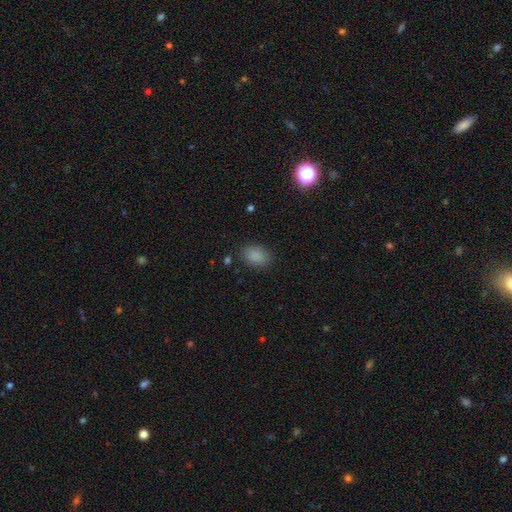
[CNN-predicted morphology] Smooth or featured? Predicted: smooth (p=0.87). How rounded? Predicted: in between (p=0.77). Merging? Predicted: none (p=0.84).